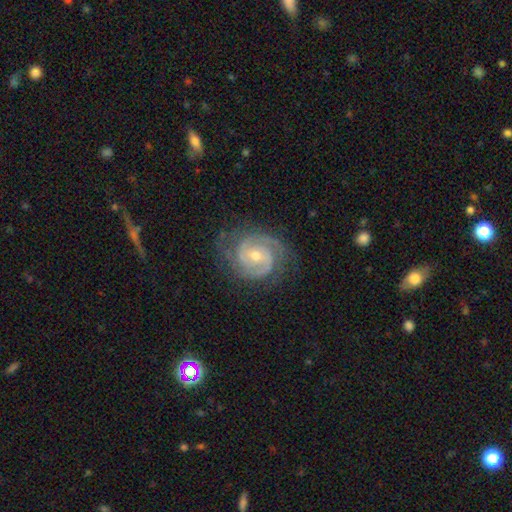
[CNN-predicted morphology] type=featured or disk (91%); edge-on=no (98%); bar=no (52%); spiral arms=yes (98%); winding=tight (63%); arm count=2 (70%); bulge=moderate (51%); merging=none (77%).